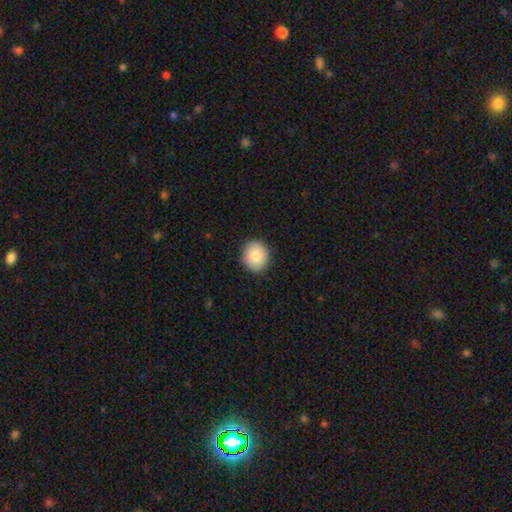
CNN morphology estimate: Overall: smooth (85%). How rounded: round (79%). Merging: none (90%).